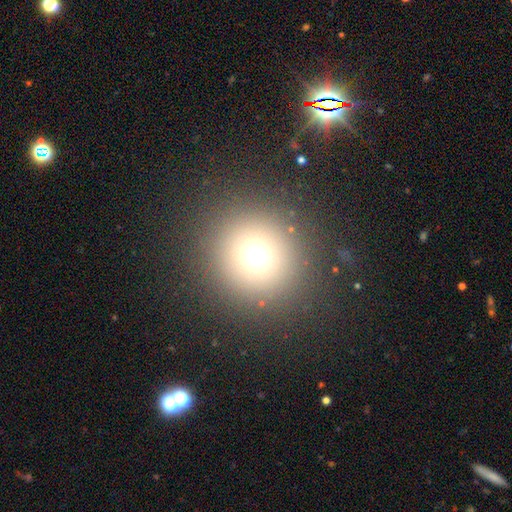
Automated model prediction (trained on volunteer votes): smooth-or-featured: smooth: 70% | star or artifact: 21% | featured or disk: 9%
  how-rounded: round: 94% | in between: 5% | cigar-shaped: 1%
  merging: none: 89% | minor disturbance: 6% | major disturbance: 4% | merger: 2%